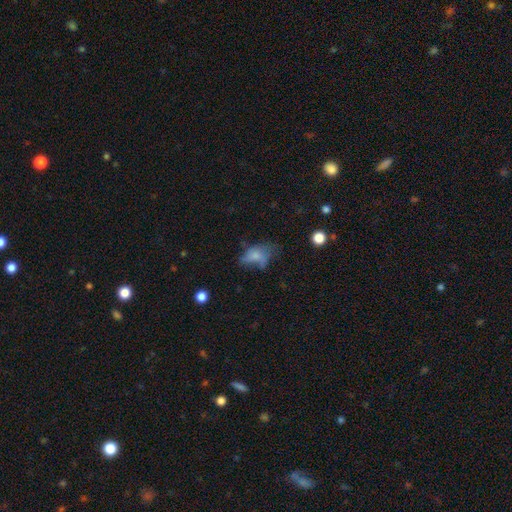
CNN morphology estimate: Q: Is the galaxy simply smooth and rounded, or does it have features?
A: smooth — 63%.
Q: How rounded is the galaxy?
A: in between — 82%.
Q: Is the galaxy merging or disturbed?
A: major disturbance — 40%.